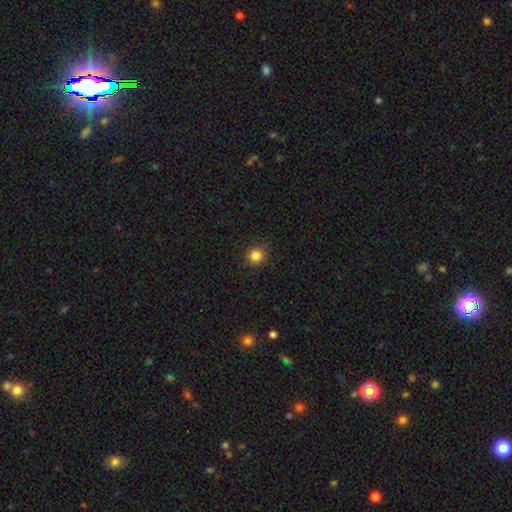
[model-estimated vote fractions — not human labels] Smooth or featured? Predicted: smooth (p=0.84). How rounded? Predicted: round (p=0.90). Merging? Predicted: none (p=0.90).